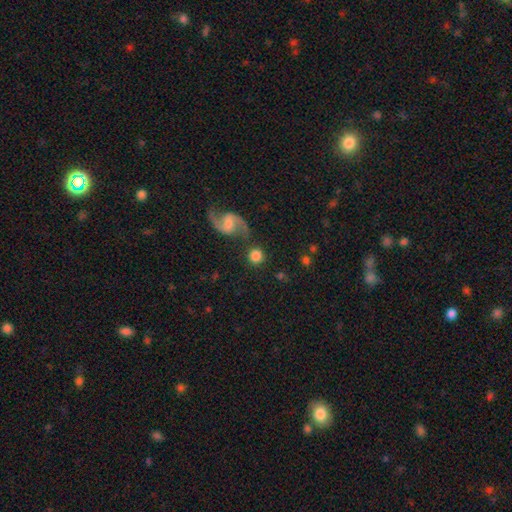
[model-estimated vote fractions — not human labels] A smooth galaxy with no disk features (71%) that is round (93%).

Vote fractions:
- Smooth or featured? smooth: 71% / featured or disk: 20% / star or artifact: 9%
- How rounded? round: 93% / in between: 6% / cigar-shaped: 1%
- Merging? none: 78% / merger: 9% / minor disturbance: 8% / major disturbance: 4%